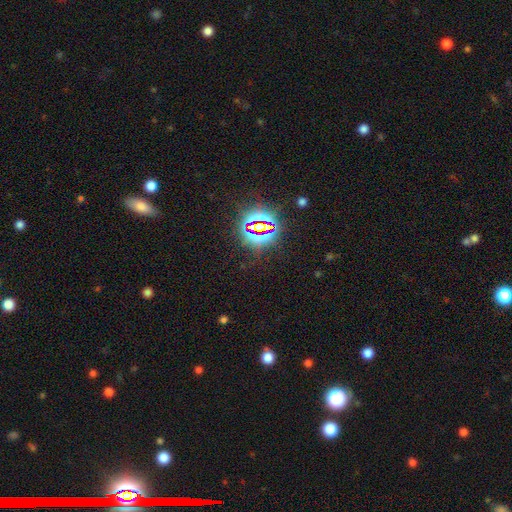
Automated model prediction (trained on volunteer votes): Smooth or featured? Predicted: star or artifact (p=0.81).